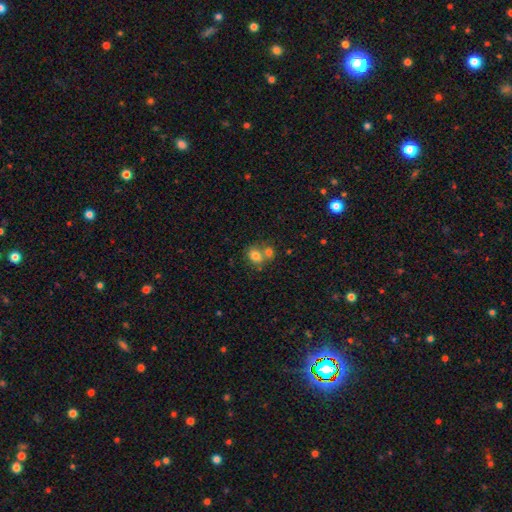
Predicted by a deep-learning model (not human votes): smooth_or_featured: smooth (p=0.78) [alt: featured or disk p=0.12]
how_rounded: in between (p=0.55) [alt: round p=0.44]
merging: merger (p=0.50) [alt: none p=0.37]